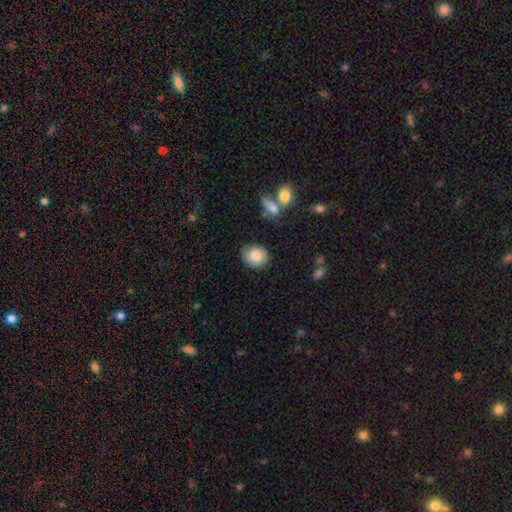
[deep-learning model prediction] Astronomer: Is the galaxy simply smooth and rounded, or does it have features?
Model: smooth — 85%.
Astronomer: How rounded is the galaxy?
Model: round — 54% (runner-up: in between, 44%).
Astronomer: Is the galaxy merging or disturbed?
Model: none — 77%.